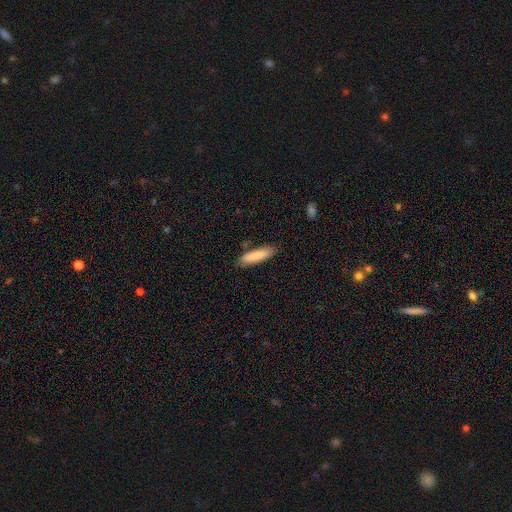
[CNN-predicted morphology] This is clearly a smooth galaxy (84%). How rounded: likely cigar-shaped (75%). Merging: clearly none (81%).